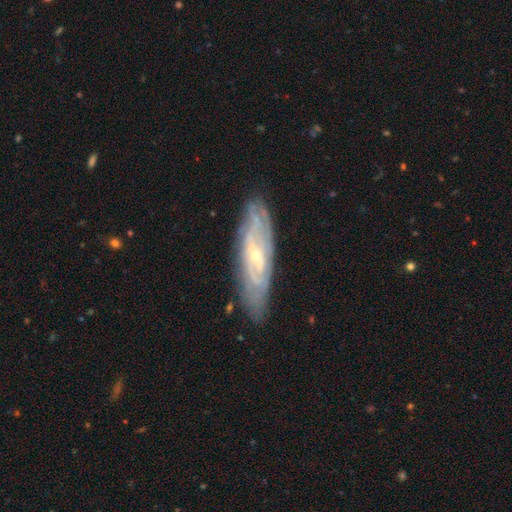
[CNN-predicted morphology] smooth-or-featured: featured or disk: 80% | smooth: 13% | star or artifact: 6%
  disk-edge-on: no: 76% | yes: 24%
    bar: no: 51% | weak: 35% | strong: 14%
    has-spiral-arms: yes: 88% | no: 12%
      spiral-winding: tight: 63% | medium: 29% | loose: 9%
      spiral-arm-count: can't tell: 52% | 2: 20% | 3: 10% | 4: 8% | more than 4: 5% | 1: 4%
    bulge-size: small: 75% | moderate: 22% | none: 1% | large: 1% | dominant: 1%
  merging: none: 81% | minor disturbance: 14% | major disturbance: 3% | merger: 1%